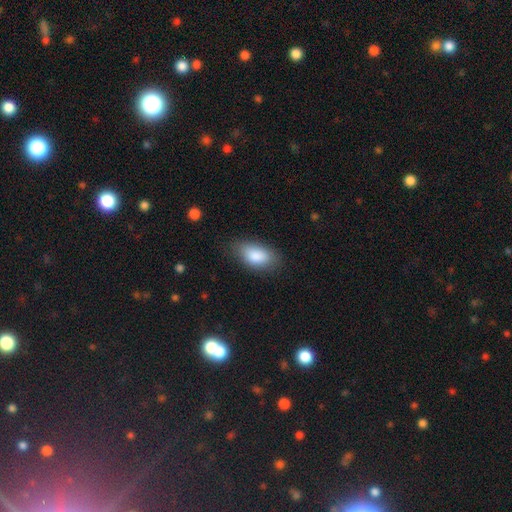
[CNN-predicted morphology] Smooth or featured? Predicted: smooth (p=0.86). How rounded? Predicted: in between (p=0.91). Merging? Predicted: none (p=0.77).